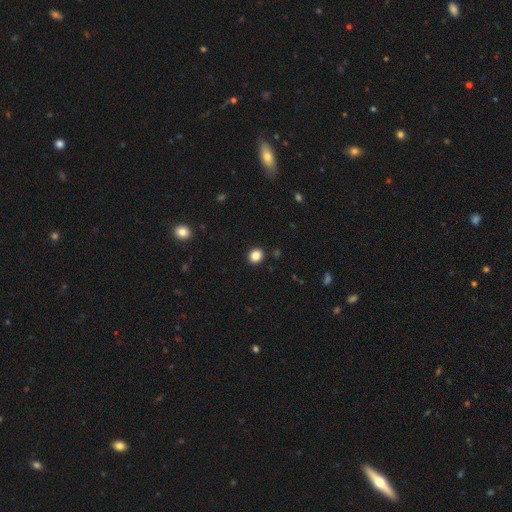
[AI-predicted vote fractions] Smooth or featured? Predicted: smooth (p=0.84). How rounded? Predicted: round (p=0.75). Merging? Predicted: none (p=0.92).